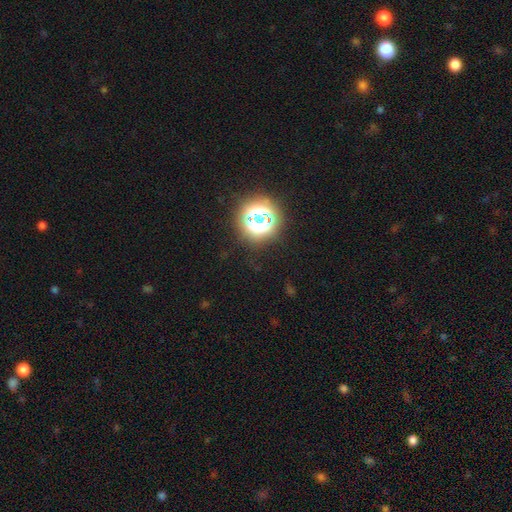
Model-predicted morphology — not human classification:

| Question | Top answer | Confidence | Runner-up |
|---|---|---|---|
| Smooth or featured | star or artifact | 79% | smooth (15%) |